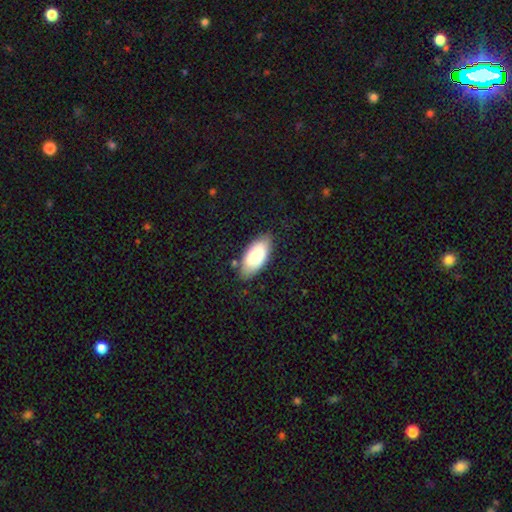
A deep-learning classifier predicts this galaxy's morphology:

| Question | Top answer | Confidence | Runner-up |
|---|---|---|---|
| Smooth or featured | smooth | 83% | featured or disk (11%) |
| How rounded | in between | 91% | cigar-shaped (7%) |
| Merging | none | 78% | minor disturbance (16%) |